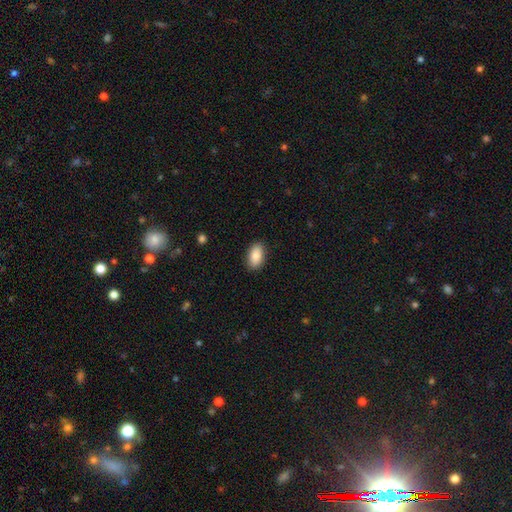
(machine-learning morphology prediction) This appears to be a smooth galaxy with no disk features (87%) that is in between round and cigar-shaped (93%). Merging: none (88%).